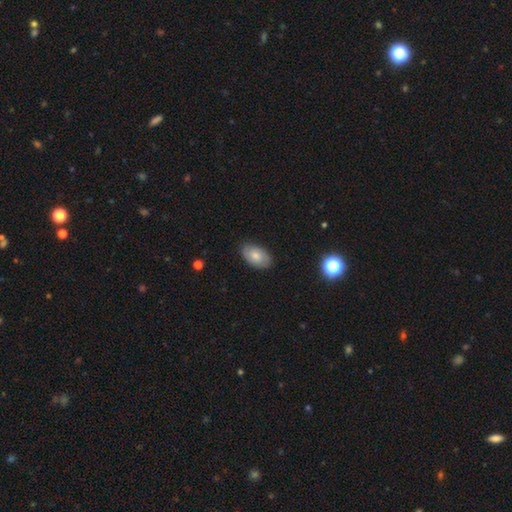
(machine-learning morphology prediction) Smooth or featured? Predicted: smooth (p=0.67). How rounded? Predicted: in between (p=0.92). Merging? Predicted: none (p=0.83).